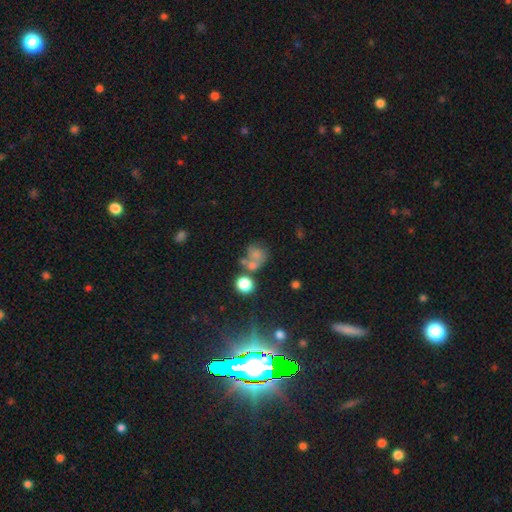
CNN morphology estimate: The model was most divided on "merging": merger: 37%, none: 34%, minor disturbance: 15%, major disturbance: 14%. More confident: how rounded — round (71%); smooth or featured — smooth (60%).